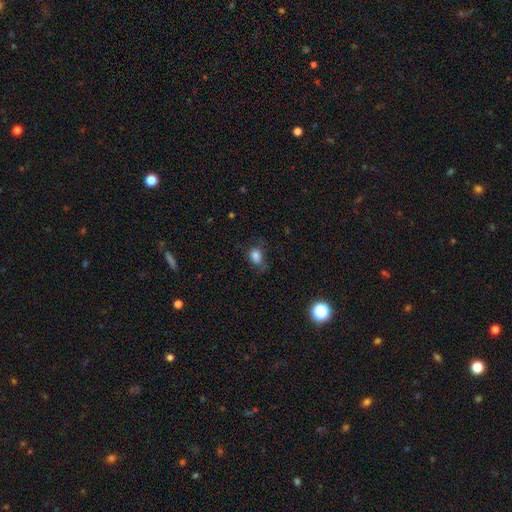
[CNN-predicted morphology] Smooth or featured? Predicted: smooth (p=0.81). How rounded? Predicted: in between (p=0.63). Merging? Predicted: none (p=0.53).